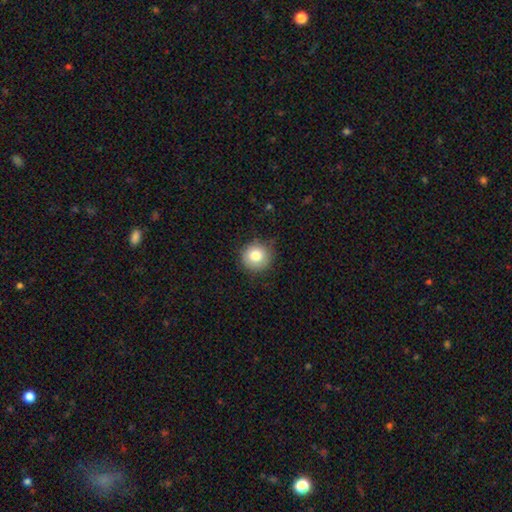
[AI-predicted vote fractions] Smooth or featured: smooth — 82% (star or artifact — 9%)
How rounded: round — 93% (in between — 6%)
Merging: none — 80% (minor disturbance — 15%)